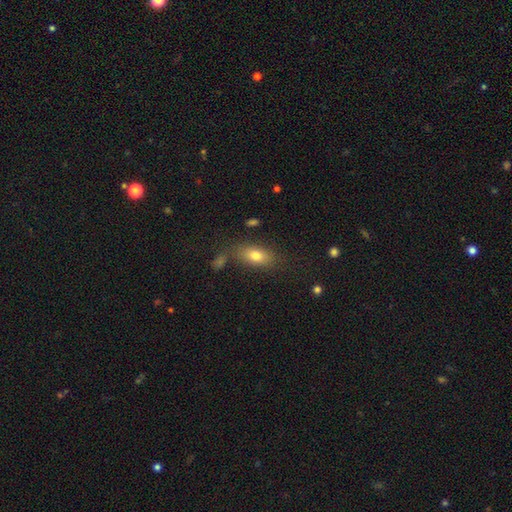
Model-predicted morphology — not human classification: smooth-or-featured: smooth: 76% | featured or disk: 14% | star or artifact: 10%
  how-rounded: in between: 83% | cigar-shaped: 9% | round: 8%
  merging: none: 74% | minor disturbance: 14% | merger: 7% | major disturbance: 5%